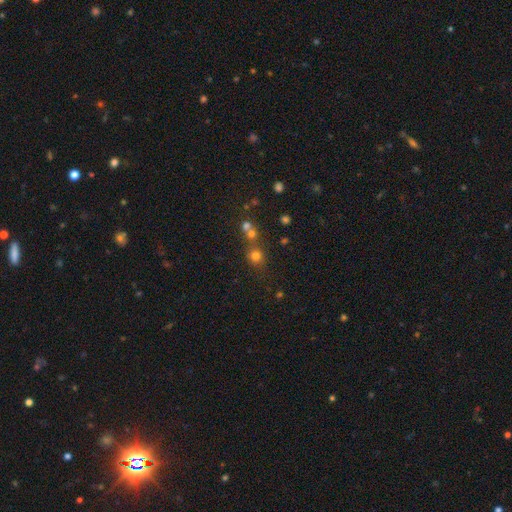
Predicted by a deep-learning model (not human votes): Smooth or featured? Predicted: smooth (p=0.69). How rounded? Predicted: round (p=0.86). Merging? Predicted: none (p=0.59).